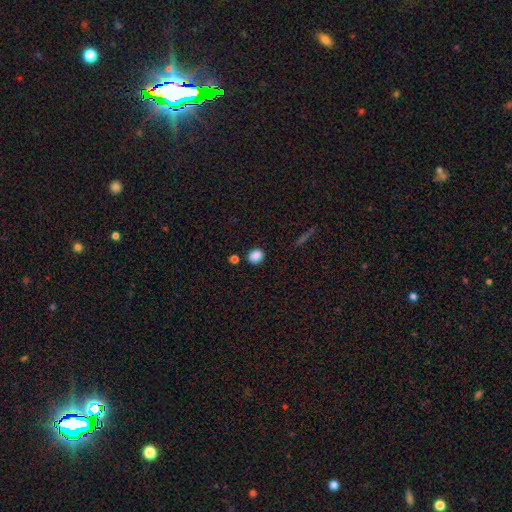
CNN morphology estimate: This is clearly a smooth galaxy (87%). How rounded: likely round (61%). Merging: clearly none (83%).